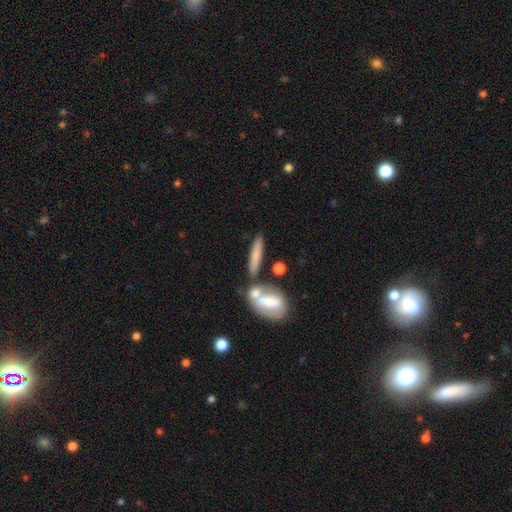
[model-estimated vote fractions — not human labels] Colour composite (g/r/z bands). It shows a smooth galaxy with no disk features (65%) that is cigar-shaped (81%). Merging: none (63%).